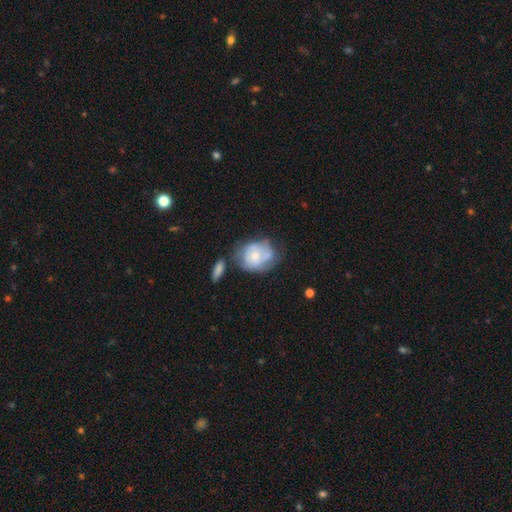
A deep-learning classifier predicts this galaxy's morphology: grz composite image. It shows a smooth galaxy with no disk features (49%). Merging: none (38%).